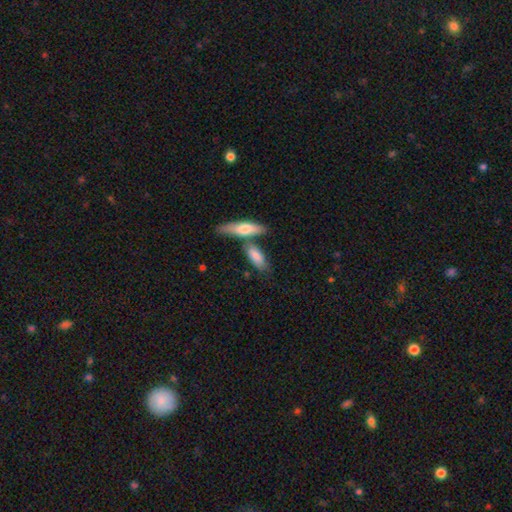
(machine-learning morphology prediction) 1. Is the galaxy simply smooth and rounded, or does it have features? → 78% smooth, 17% featured or disk, 5% star or artifact.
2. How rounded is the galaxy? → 65% in between, 32% cigar-shaped, 3% round.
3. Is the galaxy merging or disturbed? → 49% none, 33% merger, 14% minor disturbance, 4% major disturbance.